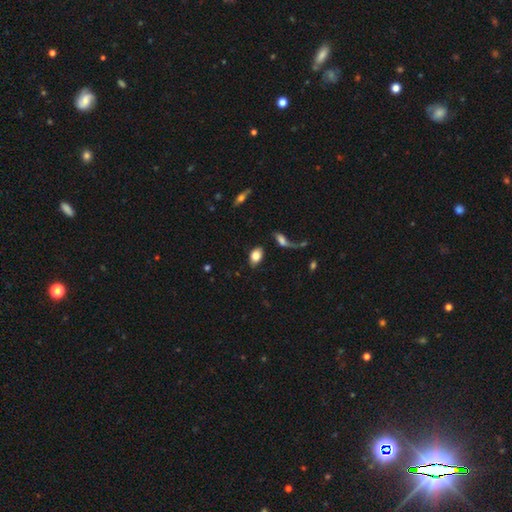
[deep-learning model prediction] This appears to be a smooth galaxy with no disk features (81%) that is in between round and cigar-shaped (87%). Merging: none (73%).